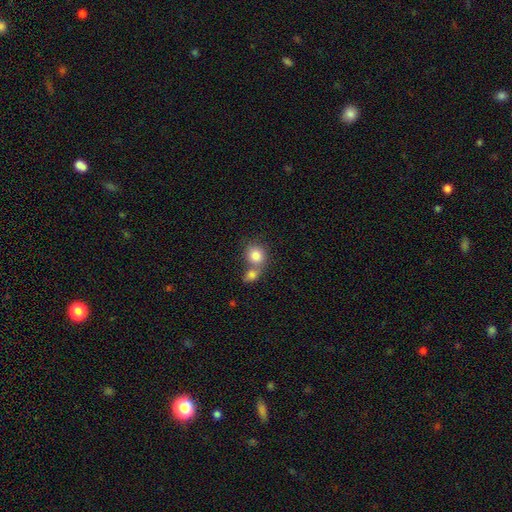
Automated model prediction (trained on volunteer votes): smooth-or-featured: smooth: 82% | featured or disk: 9% | star or artifact: 8%
  how-rounded: round: 76% | in between: 23% | cigar-shaped: 1%
  merging: merger: 53% | none: 37% | minor disturbance: 8% | major disturbance: 3%